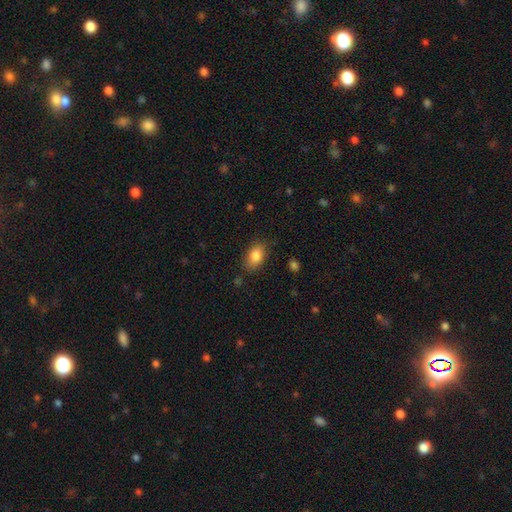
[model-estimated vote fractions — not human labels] Smooth or featured?
  - smooth: 85% *
  - star or artifact: 8%
  - featured or disk: 7%
How rounded?
  - in between: 86% *
  - round: 12%
  - cigar-shaped: 2%
Merging?
  - none: 80% *
  - minor disturbance: 15%
  - major disturbance: 4%
  - merger: 2%